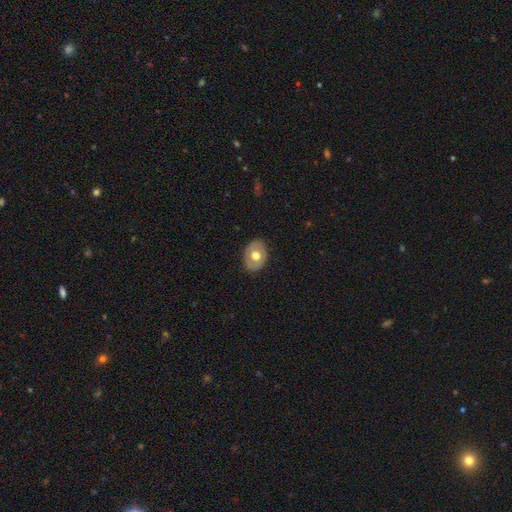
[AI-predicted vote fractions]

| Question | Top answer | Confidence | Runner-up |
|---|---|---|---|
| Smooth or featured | smooth | 60% | featured or disk (33%) |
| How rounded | in between | 68% | round (31%) |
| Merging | none | 84% | minor disturbance (12%) |